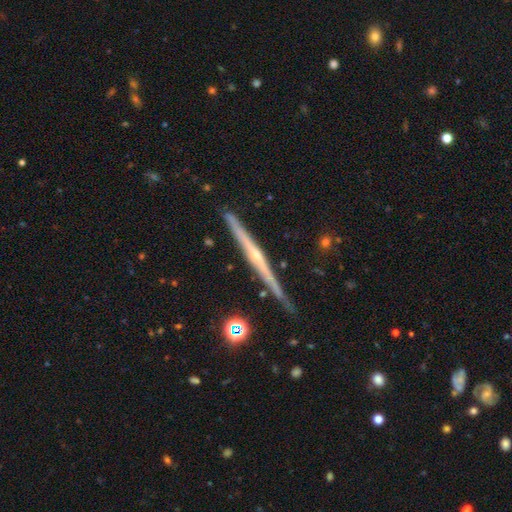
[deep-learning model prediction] A featured or disk galaxy (82%) viewed edge-on (98%) with a rounded central bulge (67%). Merging: none (89%).